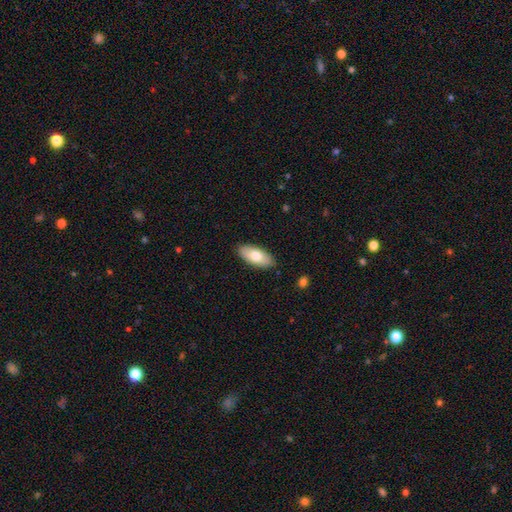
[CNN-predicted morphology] type=smooth (75%); roundness=in between (89%); merging=none (87%).